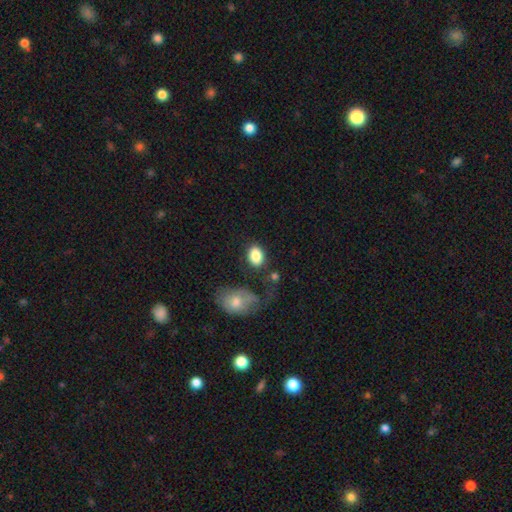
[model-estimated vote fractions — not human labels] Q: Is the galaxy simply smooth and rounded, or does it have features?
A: smooth — 86%.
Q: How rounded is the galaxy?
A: in between — 80%.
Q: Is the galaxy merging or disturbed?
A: none — 69%.